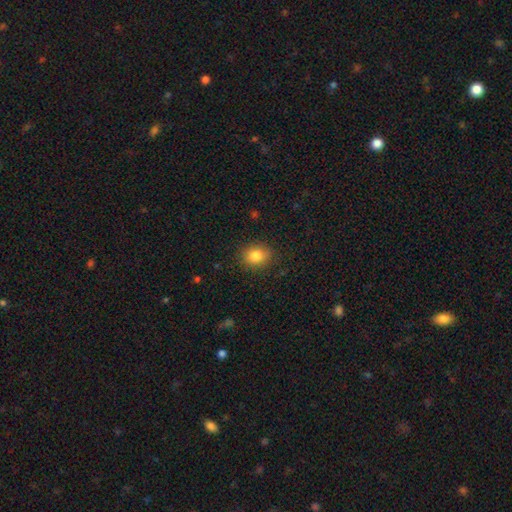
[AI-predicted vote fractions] This is clearly a smooth galaxy (84%). How rounded: possibly round (51%). Merging: clearly none (86%).